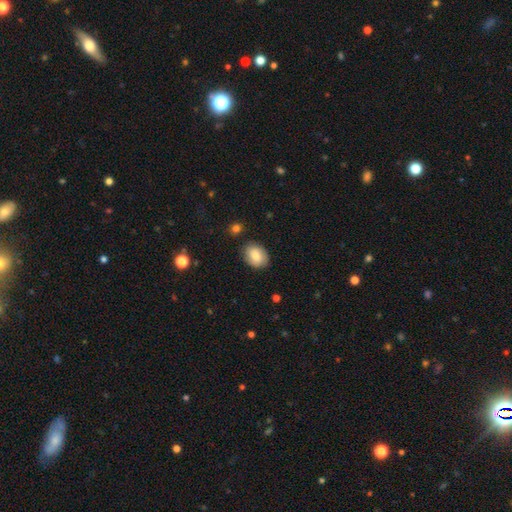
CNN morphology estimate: Q: Smooth or featured?
A: smooth (80%); runner-up: featured or disk (13%)
Q: How rounded?
A: in between (65%); runner-up: round (34%)
Q: Merging?
A: none (82%); runner-up: minor disturbance (13%)